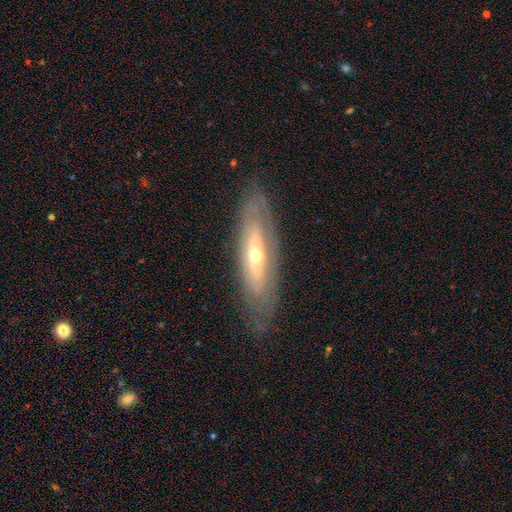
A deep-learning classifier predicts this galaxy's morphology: A featured or disk galaxy (65%). Merging: none (76%).